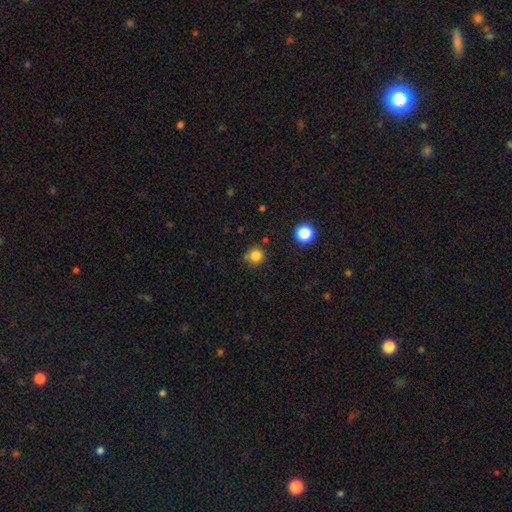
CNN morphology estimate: Q: Smooth or featured?
A: smooth (82%); runner-up: star or artifact (13%)
Q: How rounded?
A: round (92%); runner-up: in between (7%)
Q: Merging?
A: none (79%); runner-up: minor disturbance (12%)